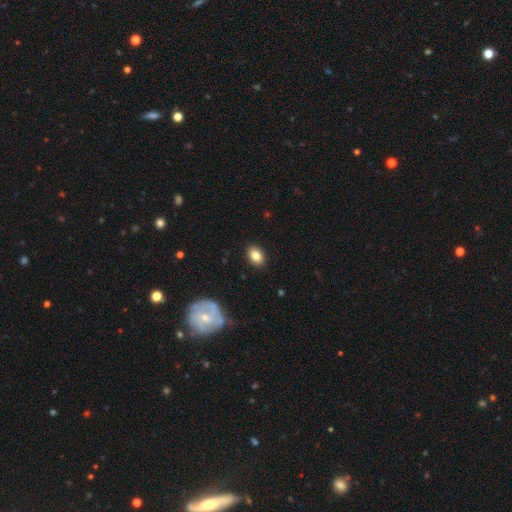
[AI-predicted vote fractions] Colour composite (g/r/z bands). It shows a smooth galaxy with no disk features (83%) that is in between round and cigar-shaped (77%). Merging: none (90%).